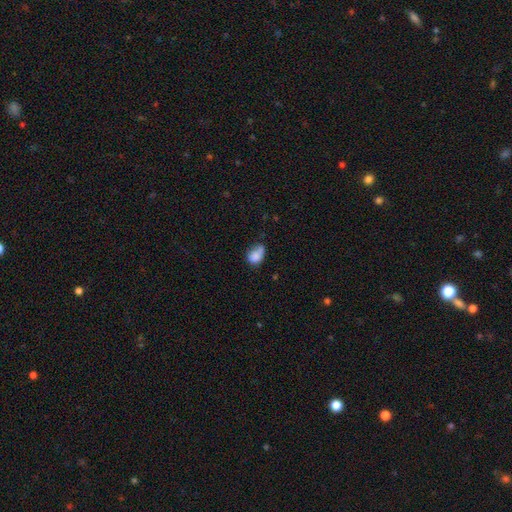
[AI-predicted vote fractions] The model was most divided on "merging": none: 37%, minor disturbance: 33%, merger: 17%, major disturbance: 13%. More confident: smooth or featured — smooth (80%); how rounded — in between (69%).